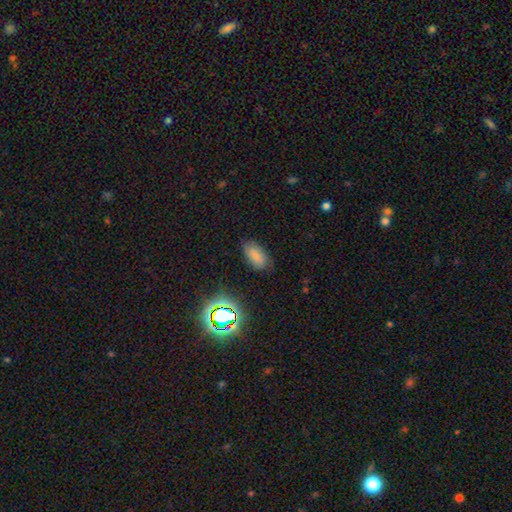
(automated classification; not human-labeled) Smooth or featured? Predicted: smooth (p=0.74). How rounded? Predicted: in between (p=0.91). Merging? Predicted: none (p=0.75).